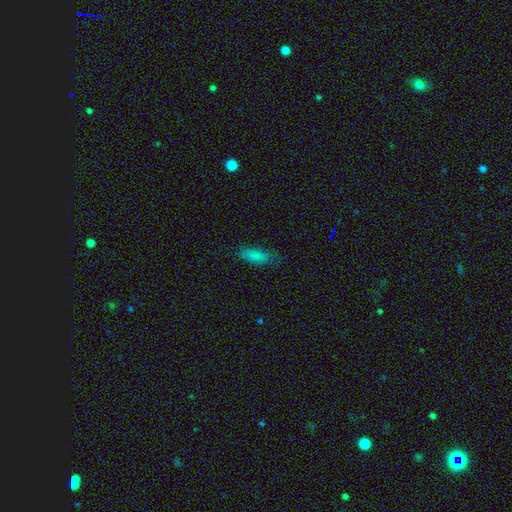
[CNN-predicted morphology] Smooth or featured?
  - smooth: 84% *
  - star or artifact: 9%
  - featured or disk: 8%
How rounded?
  - in between: 71% *
  - cigar-shaped: 27%
  - round: 2%
Merging?
  - none: 72% *
  - minor disturbance: 22%
  - major disturbance: 5%
  - merger: 1%